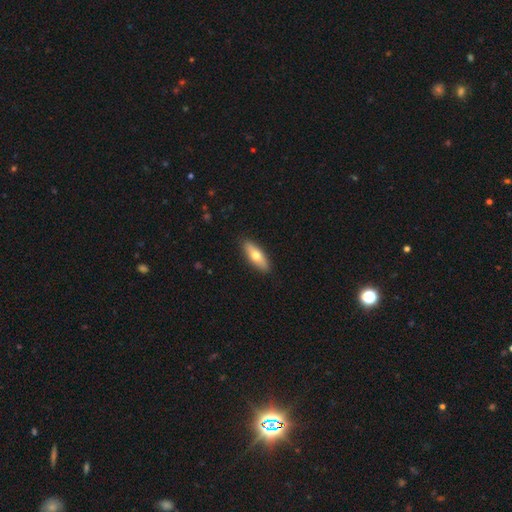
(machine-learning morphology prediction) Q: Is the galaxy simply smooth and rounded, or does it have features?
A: smooth — 65%.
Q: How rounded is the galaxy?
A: in between — 60%.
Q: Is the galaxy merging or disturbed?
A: none — 89%.